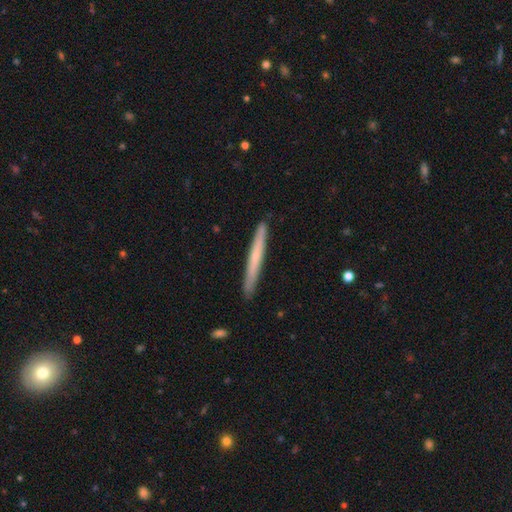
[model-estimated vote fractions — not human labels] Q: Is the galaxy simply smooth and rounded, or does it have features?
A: smooth — 53%.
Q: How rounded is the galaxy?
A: cigar-shaped — 97%.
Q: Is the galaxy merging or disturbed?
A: none — 91%.